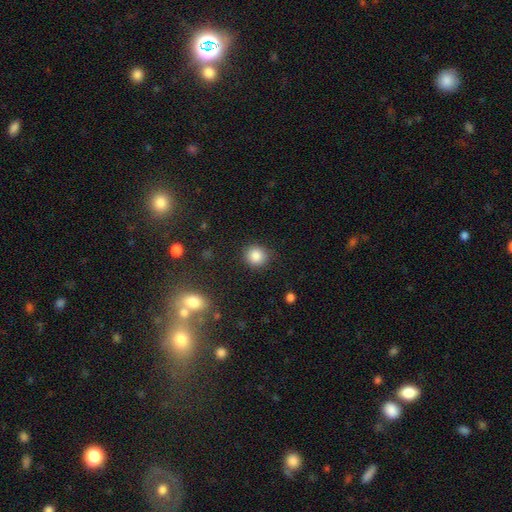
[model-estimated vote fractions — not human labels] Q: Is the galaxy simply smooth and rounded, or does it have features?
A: smooth — 84%.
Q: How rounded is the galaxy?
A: round — 87%.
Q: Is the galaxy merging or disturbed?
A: none — 88%.